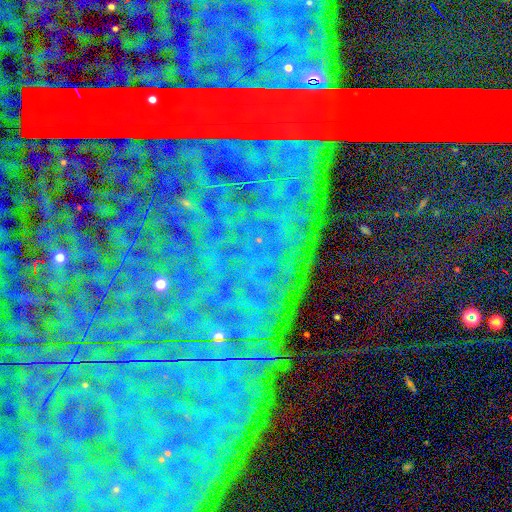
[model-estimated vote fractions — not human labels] Q: Smooth or featured?
A: star or artifact (88%); runner-up: featured or disk (7%)